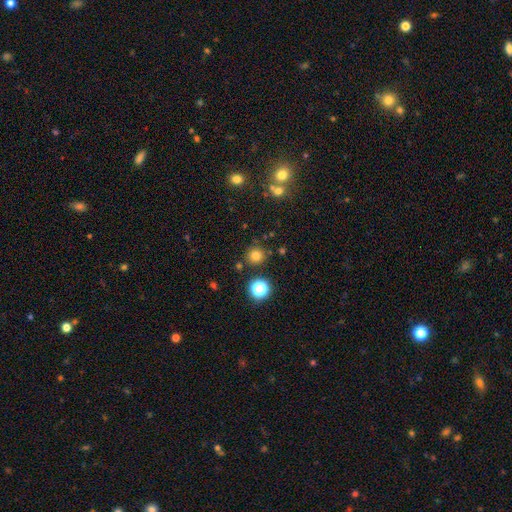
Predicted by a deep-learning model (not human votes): Smooth or featured: smooth — 75% (star or artifact — 19%)
How rounded: round — 92% (in between — 7%)
Merging: none — 85% (minor disturbance — 8%)